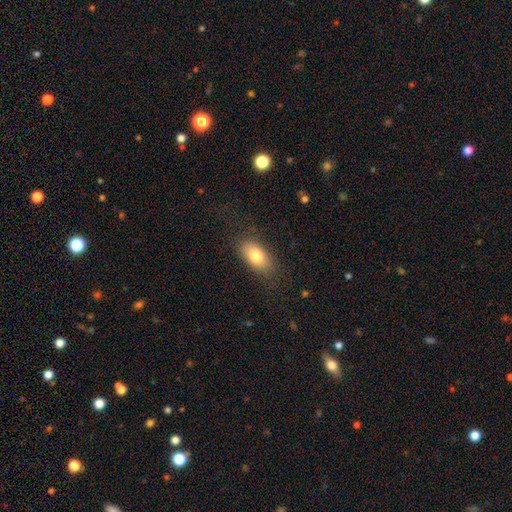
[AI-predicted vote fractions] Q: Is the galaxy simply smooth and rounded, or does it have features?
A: smooth — 79%.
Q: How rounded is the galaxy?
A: in between — 90%.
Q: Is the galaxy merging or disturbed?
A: none — 82%.